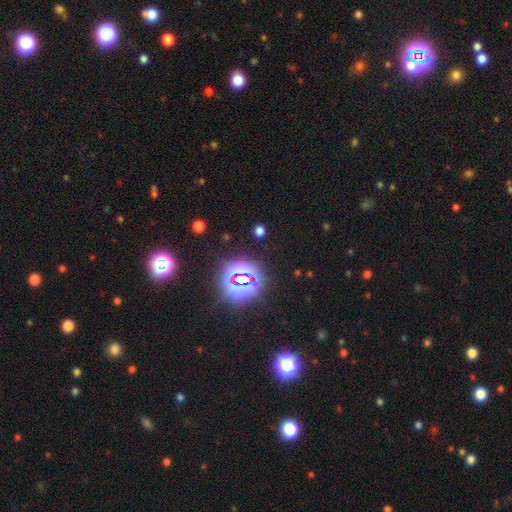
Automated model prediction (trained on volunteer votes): smooth-or-featured: star or artifact: 79% | smooth: 15% | featured or disk: 6%